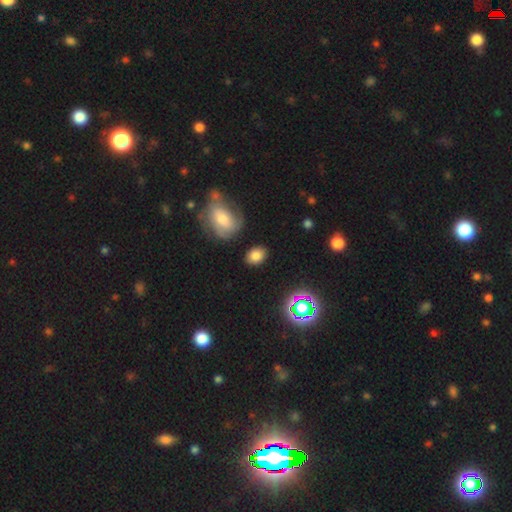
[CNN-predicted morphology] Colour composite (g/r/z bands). It shows a smooth galaxy with no disk features (77%) that is in between round and cigar-shaped (69%). Merging: none (83%).